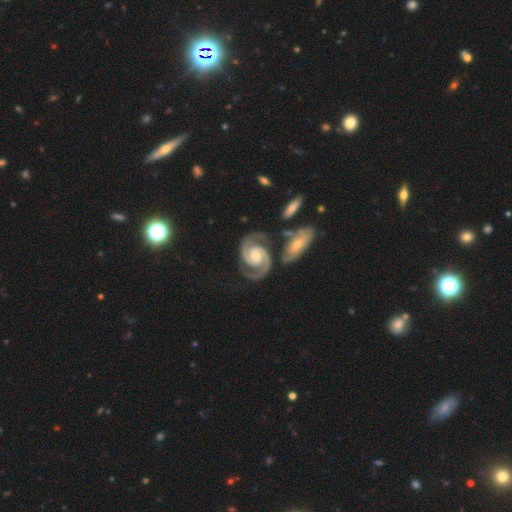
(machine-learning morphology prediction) Smooth or featured? Predicted: featured or disk (p=0.93). Edge-on disk? Predicted: no (p=0.98). Bar? Predicted: no (p=0.61). Spiral arms? Predicted: yes (p=0.99). Spiral winding? Predicted: tight (p=0.48). Spiral arm count? Predicted: 2 (p=0.94). Bulge size? Predicted: moderate (p=0.54). Merging? Predicted: none (p=0.71).